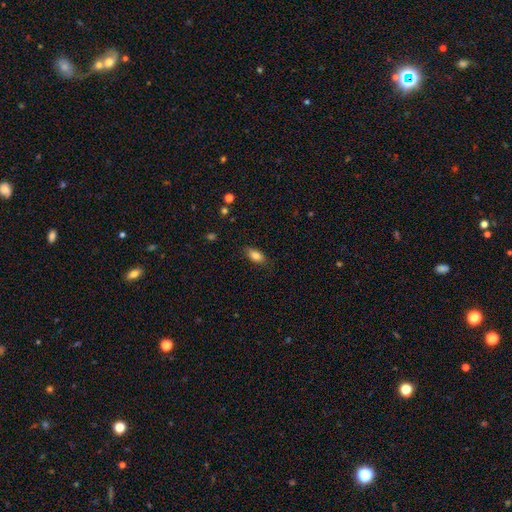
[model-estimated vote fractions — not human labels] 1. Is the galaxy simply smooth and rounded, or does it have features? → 83% smooth, 9% featured or disk, 8% star or artifact.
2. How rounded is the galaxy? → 87% in between, 8% cigar-shaped, 6% round.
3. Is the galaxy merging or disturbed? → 83% none, 13% minor disturbance, 3% major disturbance, 1% merger.